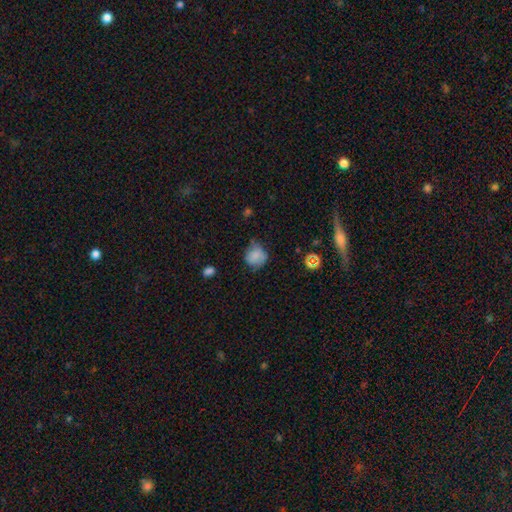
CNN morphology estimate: A smooth galaxy with no disk features (79%) that is round (80%). Merging: none (57%).